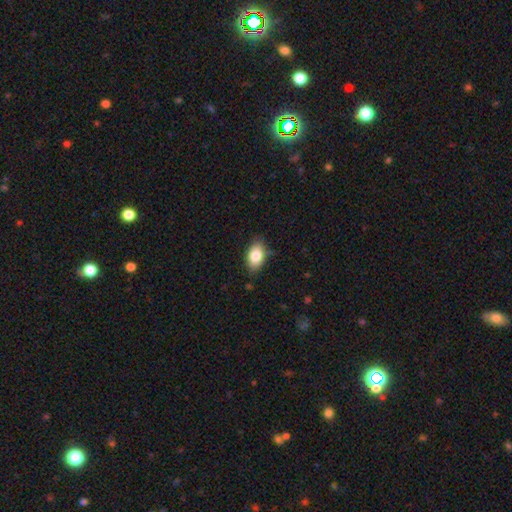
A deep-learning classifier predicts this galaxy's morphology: Smooth or featured? Predicted: smooth (p=0.83). How rounded? Predicted: in between (p=0.90). Merging? Predicted: none (p=0.79).